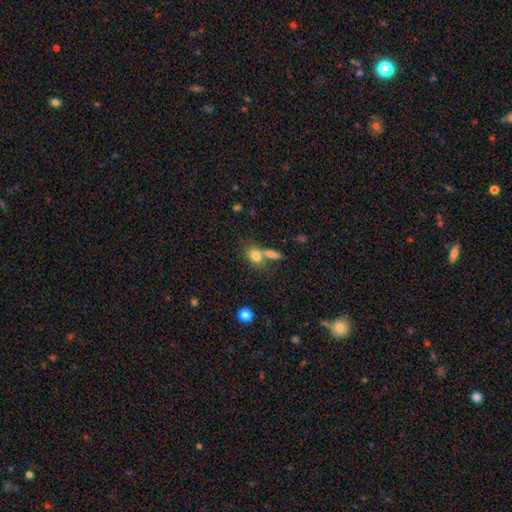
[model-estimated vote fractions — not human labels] Smooth or featured? smooth (77%)
How rounded? in between (65%)
Merging? merger (46%)